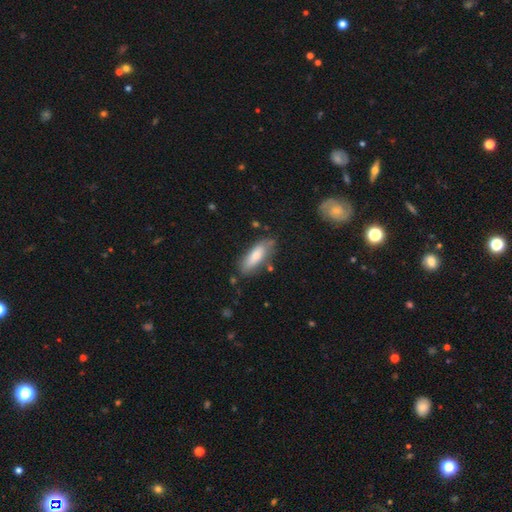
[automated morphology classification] smooth-or-featured: smooth: 75% | featured or disk: 19% | star or artifact: 6%
  how-rounded: in between: 61% | cigar-shaped: 37% | round: 2%
  merging: none: 72% | minor disturbance: 20% | major disturbance: 5% | merger: 4%